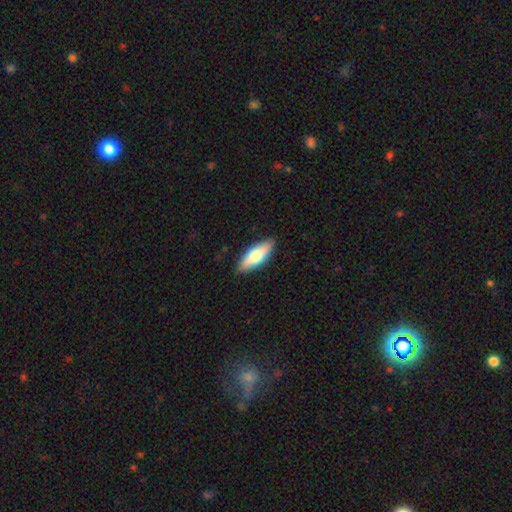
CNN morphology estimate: smooth 71%, featured or disk 24%, star or artifact 5%. Down the decision tree: how rounded — in between (65%); merging — none (87%).